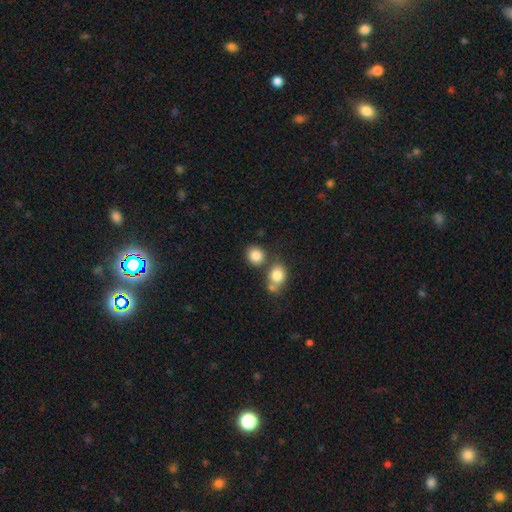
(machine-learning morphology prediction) smooth_or_featured: smooth (p=0.84) [alt: star or artifact p=0.10]
how_rounded: round (p=0.80) [alt: in between p=0.19]
merging: none (p=0.66) [alt: merger p=0.21]